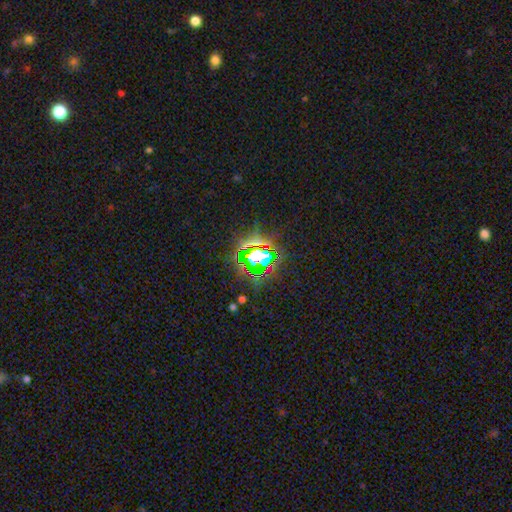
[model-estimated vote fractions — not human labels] Smooth or featured: star or artifact — 72% (smooth — 16%)